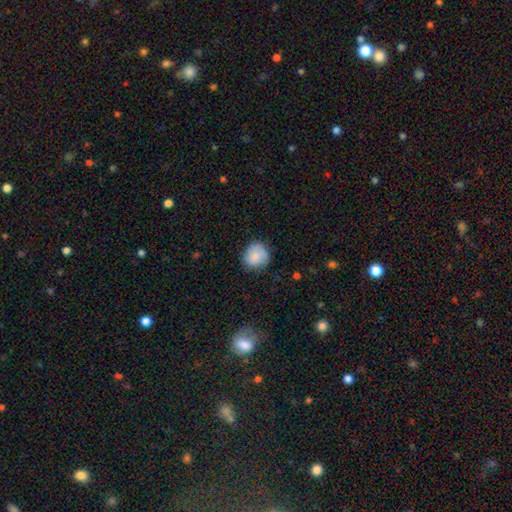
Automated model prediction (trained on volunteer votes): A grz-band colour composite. It shows a smooth galaxy with no disk features (82%) that is round (83%). Merging: none (74%).